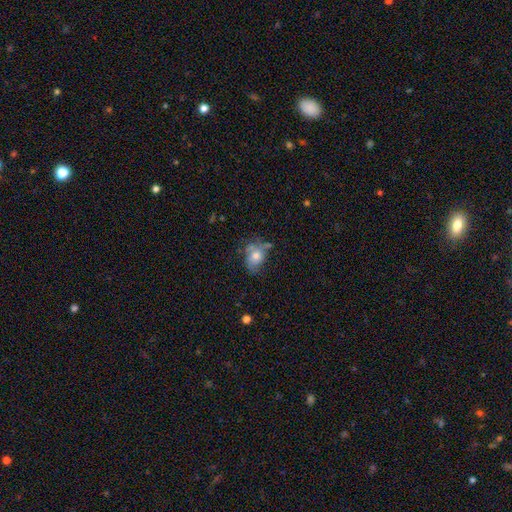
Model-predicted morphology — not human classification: Smooth or featured? smooth (60%)
How rounded? in between (71%)
Merging? none (39%)